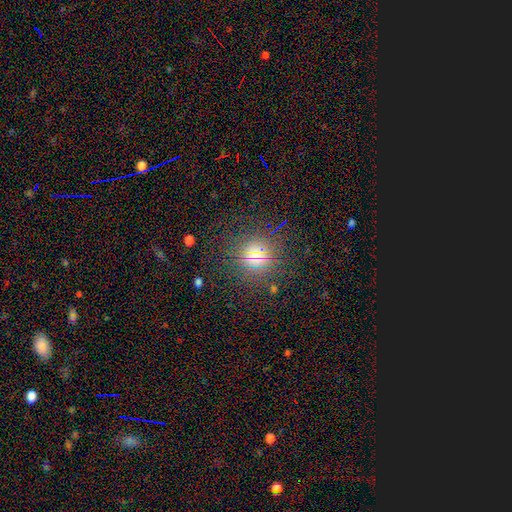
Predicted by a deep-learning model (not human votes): Smooth or featured? Predicted: star or artifact (p=0.45).